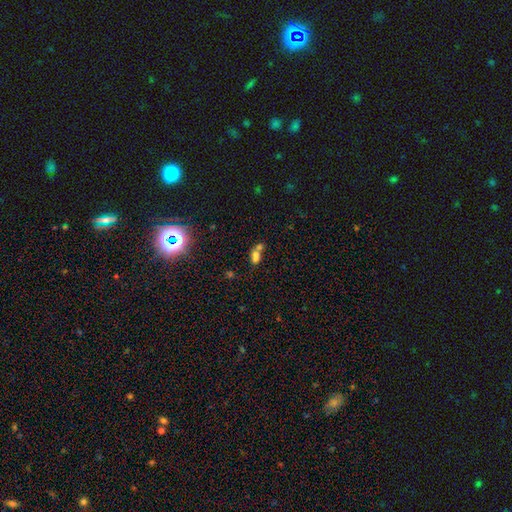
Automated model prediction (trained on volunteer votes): Morphology: type=smooth (64%); roundness=in between (67%); merging=merger (61%).